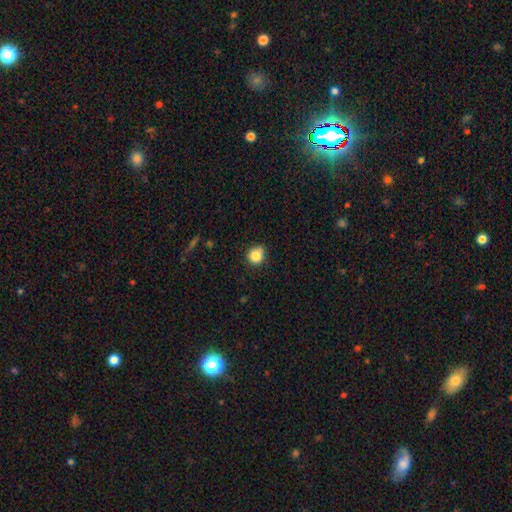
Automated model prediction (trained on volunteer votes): Smooth or featured? smooth (83%)
How rounded? round (85%)
Merging? none (71%)